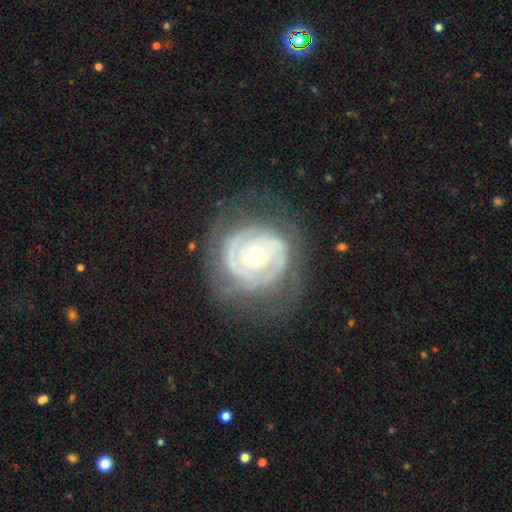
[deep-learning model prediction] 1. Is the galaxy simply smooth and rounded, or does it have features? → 81% featured or disk, 13% smooth, 6% star or artifact.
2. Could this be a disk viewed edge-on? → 97% no, 3% yes.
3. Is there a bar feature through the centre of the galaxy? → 79% no, 15% weak, 6% strong.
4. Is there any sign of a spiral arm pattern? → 86% yes, 14% no.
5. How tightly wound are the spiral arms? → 74% tight, 19% medium, 7% loose.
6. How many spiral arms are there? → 40% can't tell, 26% 2, 16% 3, 8% 4, 6% 1, 5% more than 4.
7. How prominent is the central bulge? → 61% small, 35% moderate, 2% large, 1% dominant, 1% none.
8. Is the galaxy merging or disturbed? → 65% none, 20% minor disturbance, 14% major disturbance, 1% merger.